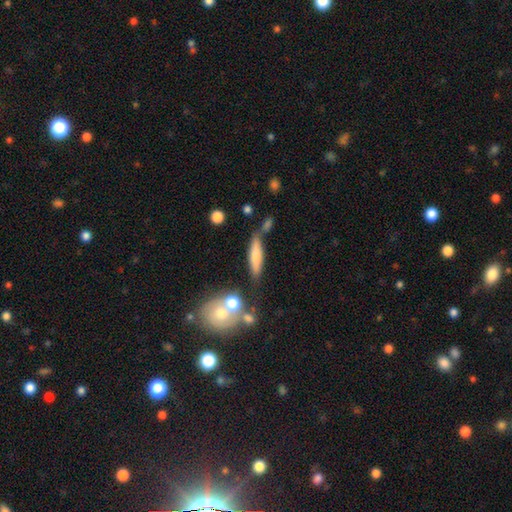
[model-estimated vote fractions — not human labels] This appears to be a smooth galaxy with no disk features (64%) that is cigar-shaped (70%). Merging: none (63%).